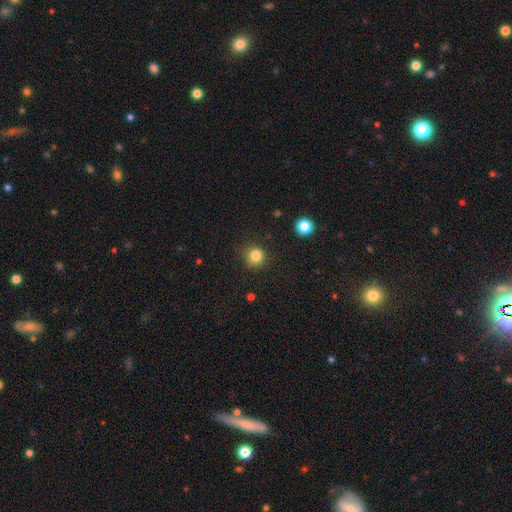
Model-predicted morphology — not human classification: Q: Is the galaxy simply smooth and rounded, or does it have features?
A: smooth — 83%.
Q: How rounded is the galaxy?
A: round — 90%.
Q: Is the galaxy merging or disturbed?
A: none — 83%.